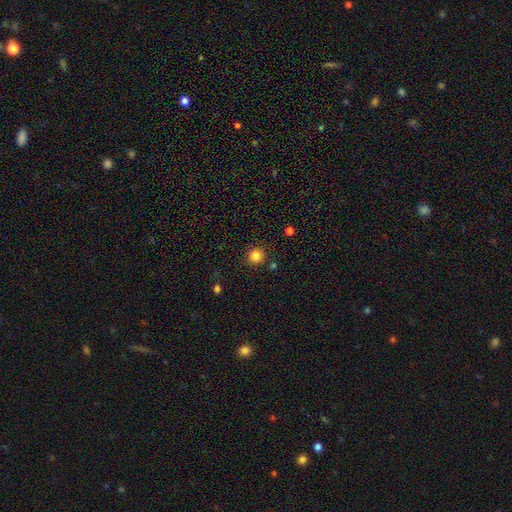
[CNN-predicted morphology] Overall: smooth (84%). How rounded: round (94%). Merging: none (88%).